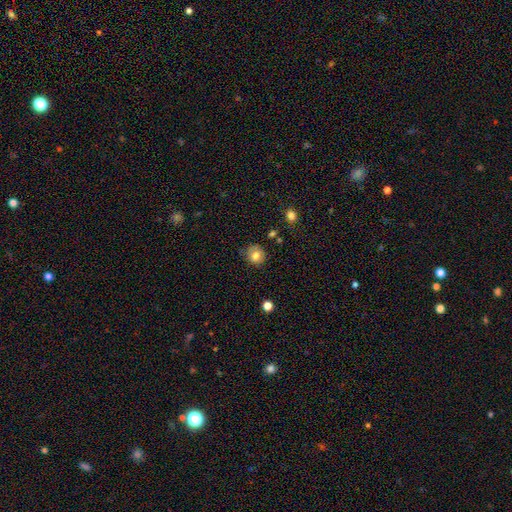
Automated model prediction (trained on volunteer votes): Smooth or featured? Predicted: smooth (p=0.77). How rounded? Predicted: round (p=0.85). Merging? Predicted: none (p=0.78).